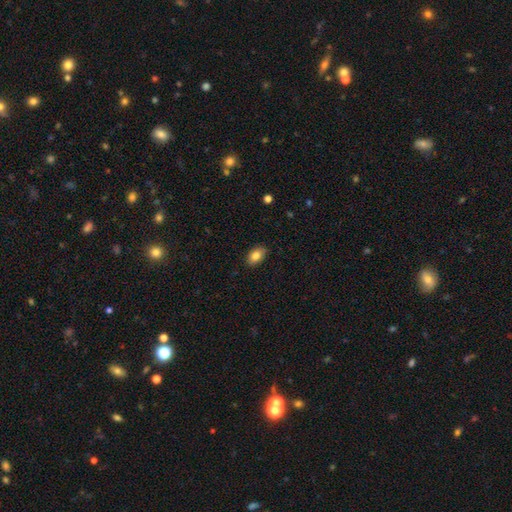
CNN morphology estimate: Q: Smooth or featured?
A: smooth (84%); runner-up: featured or disk (8%)
Q: How rounded?
A: in between (89%); runner-up: round (10%)
Q: Merging?
A: none (87%); runner-up: minor disturbance (10%)